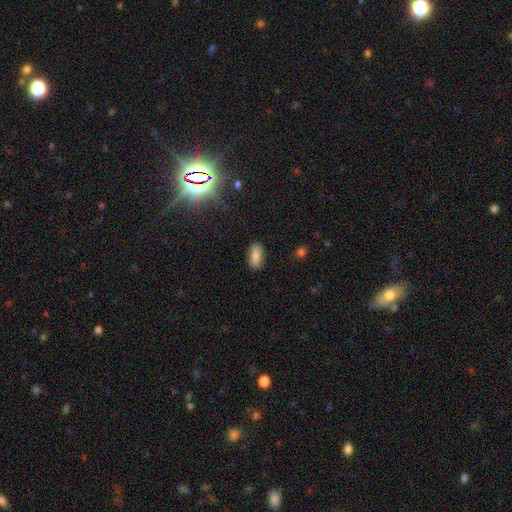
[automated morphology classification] type=smooth (83%); roundness=in between (83%); merging=none (86%).